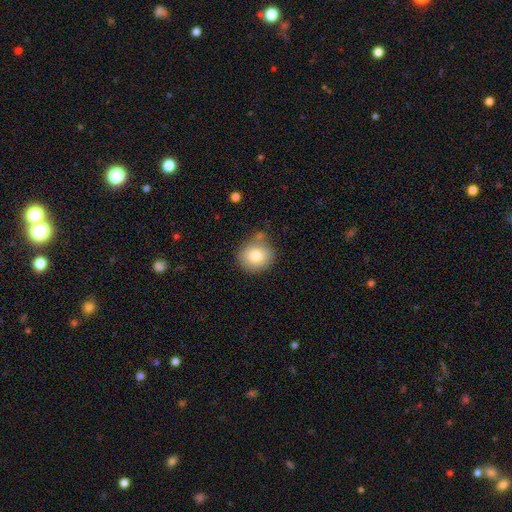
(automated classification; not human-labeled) This appears to be a smooth galaxy with no disk features (82%) that is round (84%). Merging: none (71%).